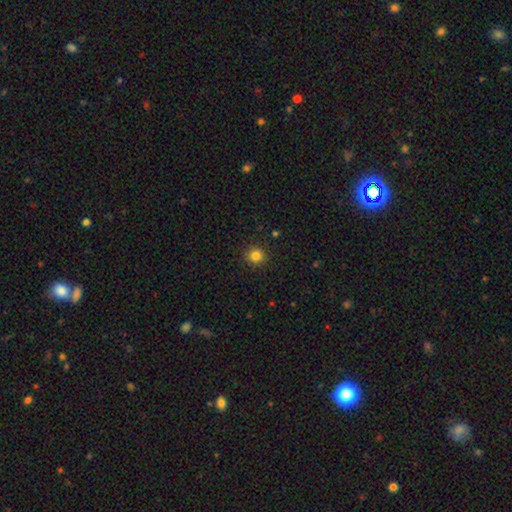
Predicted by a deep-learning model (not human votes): smooth_or_featured: smooth (p=0.83) [alt: star or artifact p=0.12]
how_rounded: round (p=0.89) [alt: in between p=0.10]
merging: none (p=0.91) [alt: minor disturbance p=0.06]